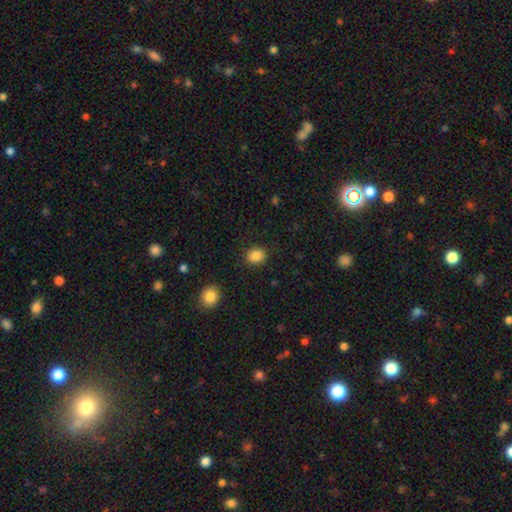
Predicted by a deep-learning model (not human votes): Smooth or featured: smooth — 86% (star or artifact — 10%)
How rounded: round — 59% (in between — 40%)
Merging: none — 88% (minor disturbance — 8%)